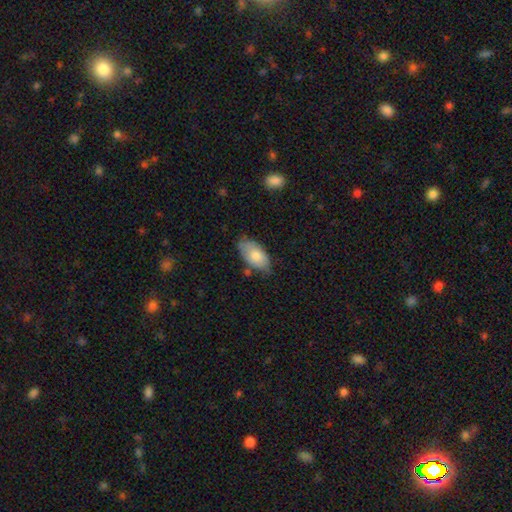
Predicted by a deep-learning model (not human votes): Morphology: type=smooth (77%); roundness=in between (94%); merging=none (61%).